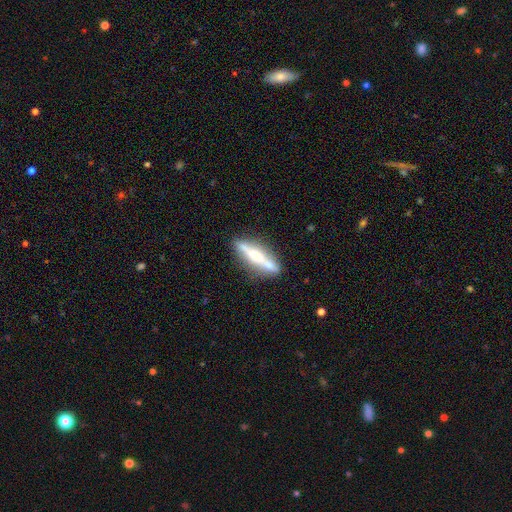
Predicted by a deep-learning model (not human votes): This is possibly a featured or disk galaxy (57%). It is clearly viewed edge-on (90%). Edge-on bulge: likely rounded (63%). Merging: likely none (75%).